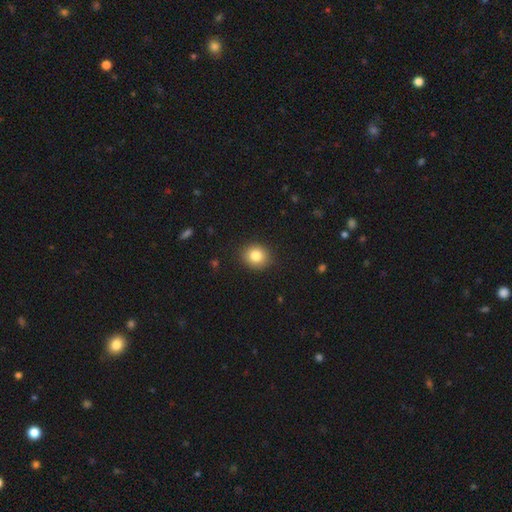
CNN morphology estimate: This is clearly a smooth galaxy (83%). How rounded: likely round (78%). Merging: clearly none (90%).